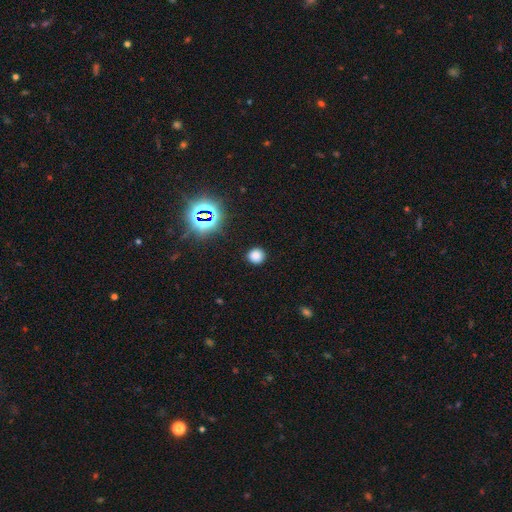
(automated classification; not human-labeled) Smooth or featured? Predicted: smooth (p=0.78). How rounded? Predicted: round (p=0.92). Merging? Predicted: none (p=0.90).